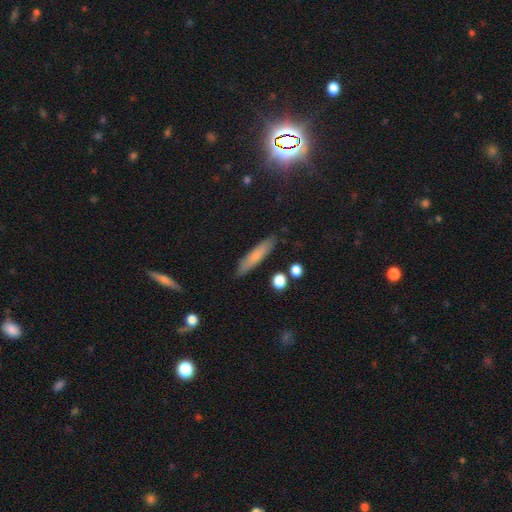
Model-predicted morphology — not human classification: This is likely a smooth galaxy (71%). How rounded: clearly cigar-shaped (84%). Merging: clearly none (87%).